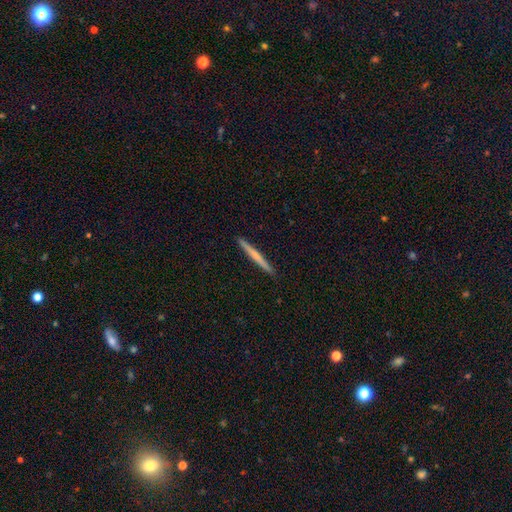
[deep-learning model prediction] Overall: smooth (52%; featured or disk 43%). How rounded: cigar-shaped (97%). Merging: none (93%).